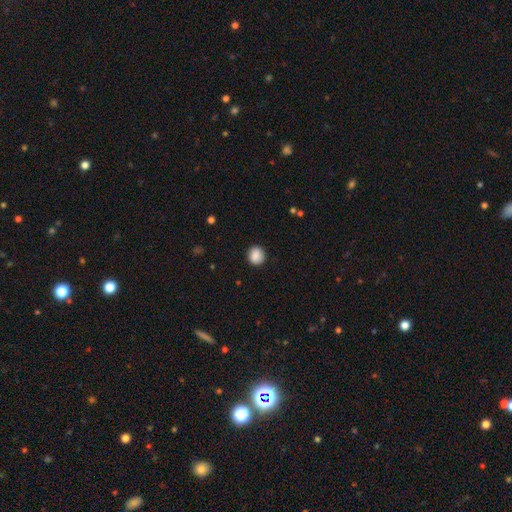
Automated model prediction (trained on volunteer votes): Overall: smooth (88%). How rounded: round (84%). Merging: none (89%).